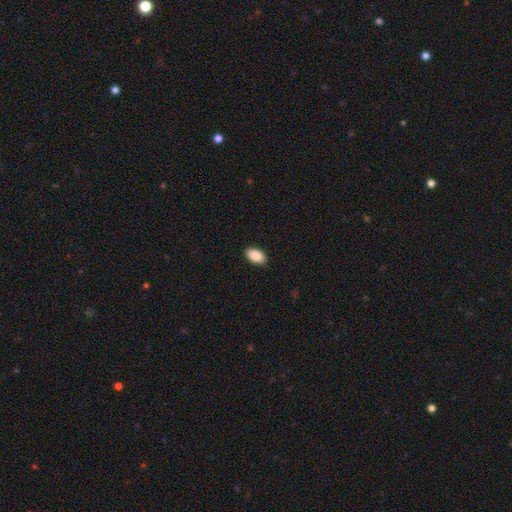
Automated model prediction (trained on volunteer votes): Smooth or featured?
  - smooth: 88% *
  - star or artifact: 7%
  - featured or disk: 6%
How rounded?
  - in between: 94% *
  - round: 4%
  - cigar-shaped: 2%
Merging?
  - none: 90% *
  - minor disturbance: 7%
  - major disturbance: 2%
  - merger: 1%